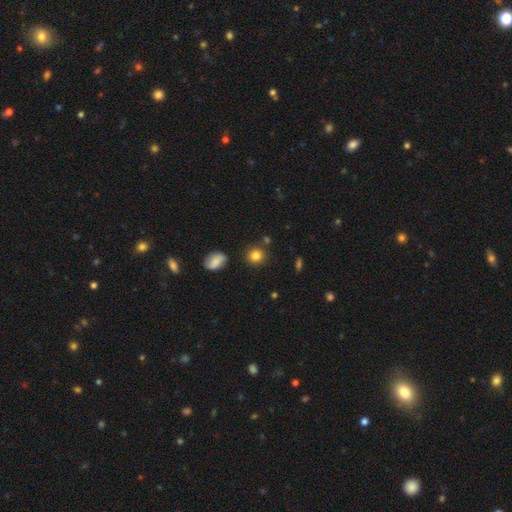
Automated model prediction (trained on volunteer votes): Morphology: type=smooth (82%); roundness=round (85%); merging=none (82%).